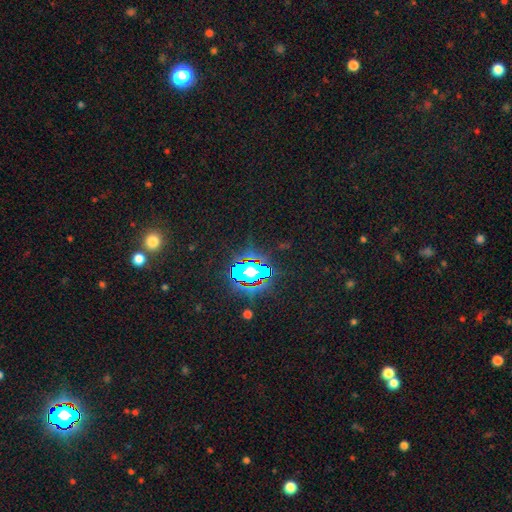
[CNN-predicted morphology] This appears to be a star or artifact, not a galaxy (81%).